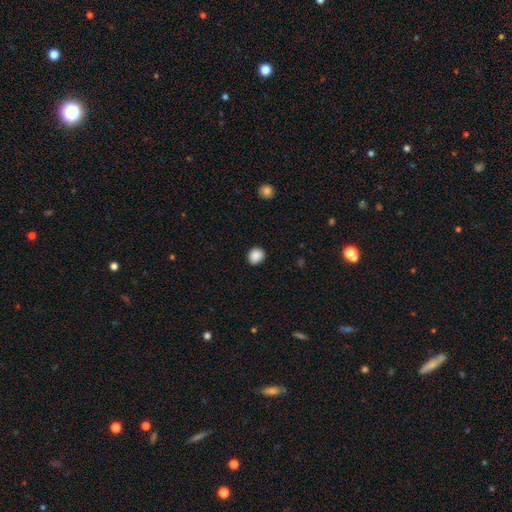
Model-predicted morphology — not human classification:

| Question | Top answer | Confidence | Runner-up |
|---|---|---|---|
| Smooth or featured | smooth | 89% | star or artifact (8%) |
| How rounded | round | 78% | in between (21%) |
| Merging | none | 90% | minor disturbance (7%) |